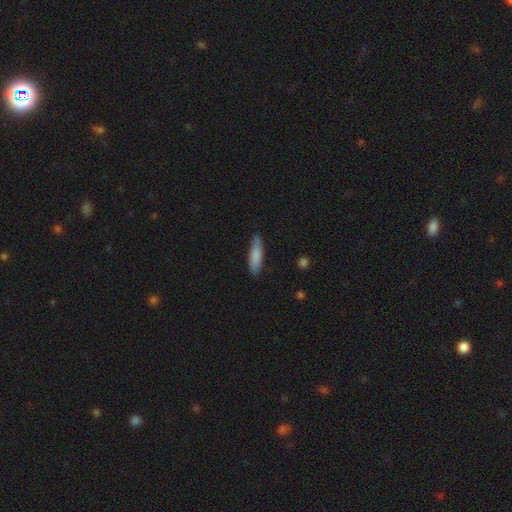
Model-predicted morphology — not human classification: This is clearly a smooth galaxy (84%). How rounded: likely cigar-shaped (65%). Merging: clearly none (82%).